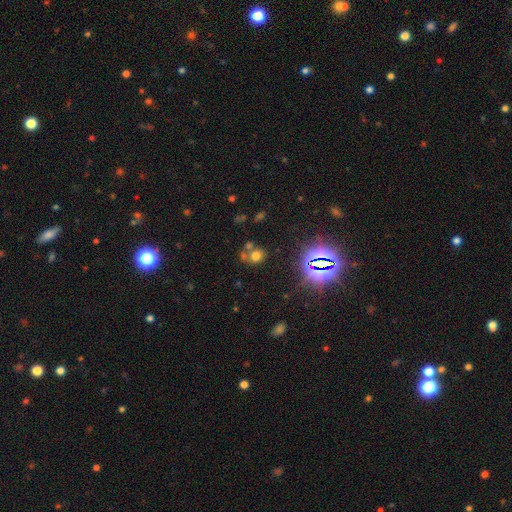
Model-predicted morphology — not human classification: Smooth or featured? smooth (60%)
How rounded? round (65%)
Merging? none (55%)